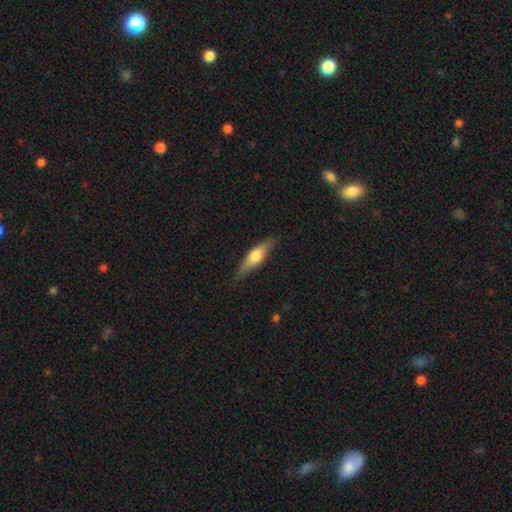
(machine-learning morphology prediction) smooth_or_featured: smooth (p=0.48) [alt: featured or disk p=0.46]
merging: none (p=0.84) [alt: minor disturbance p=0.13]